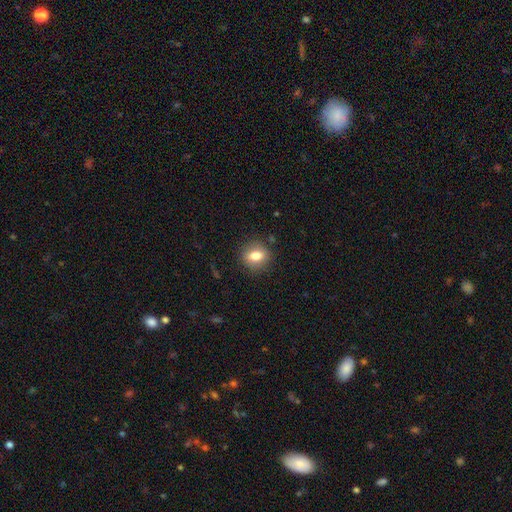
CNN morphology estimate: This is likely a smooth galaxy (77%). How rounded: likely round (62%). Merging: clearly none (86%).